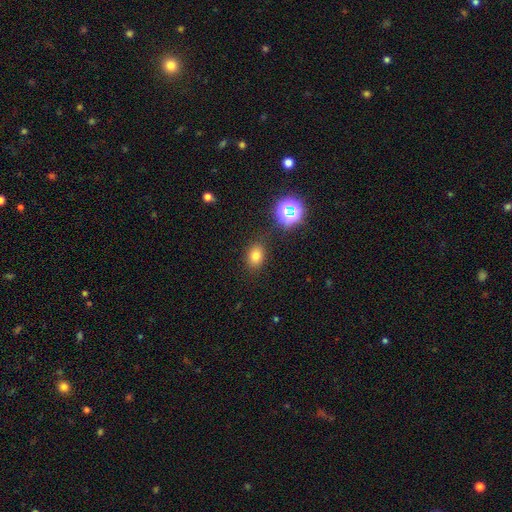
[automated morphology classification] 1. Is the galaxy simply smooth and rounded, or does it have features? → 75% smooth, 17% star or artifact, 8% featured or disk.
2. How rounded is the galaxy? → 65% in between, 34% round, 1% cigar-shaped.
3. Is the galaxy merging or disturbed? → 83% none, 11% minor disturbance, 3% major disturbance, 3% merger.